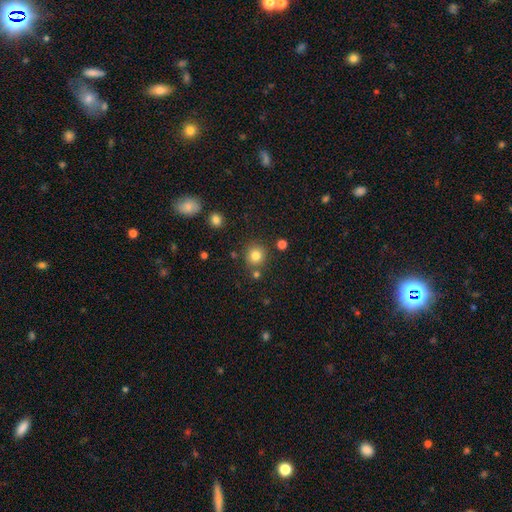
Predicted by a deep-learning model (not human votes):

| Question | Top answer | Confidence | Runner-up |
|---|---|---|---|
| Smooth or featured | smooth | 81% | star or artifact (13%) |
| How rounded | round | 89% | in between (10%) |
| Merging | none | 81% | minor disturbance (9%) |